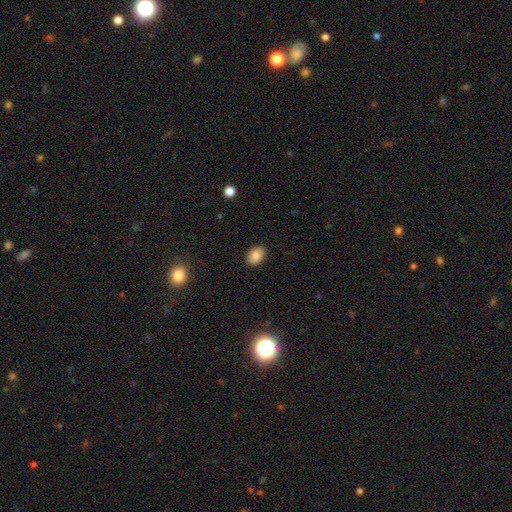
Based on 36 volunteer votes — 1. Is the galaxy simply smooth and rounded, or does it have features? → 94% smooth, 6% star or artifact, 0% featured or disk.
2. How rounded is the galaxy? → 85% in between, 12% round, 3% cigar-shaped.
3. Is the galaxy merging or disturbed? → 88% none, 9% minor disturbance, 3% major disturbance, 0% merger.